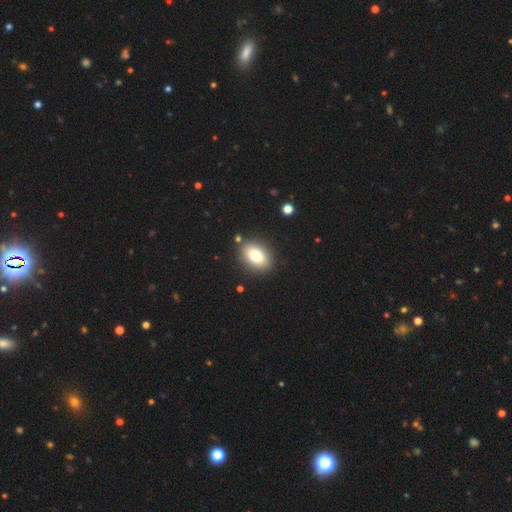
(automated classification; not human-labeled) Overall: smooth (78%). How rounded: in between (81%). Merging: none (86%).